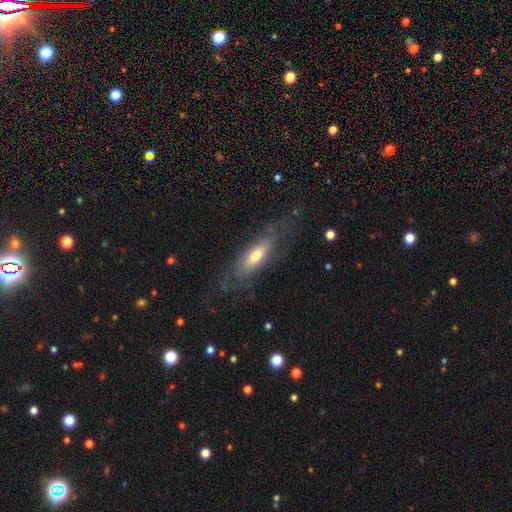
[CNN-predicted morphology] This is possibly a featured or disk galaxy (59%). It is likely not viewed edge-on (65%). Merging: likely none (68%).